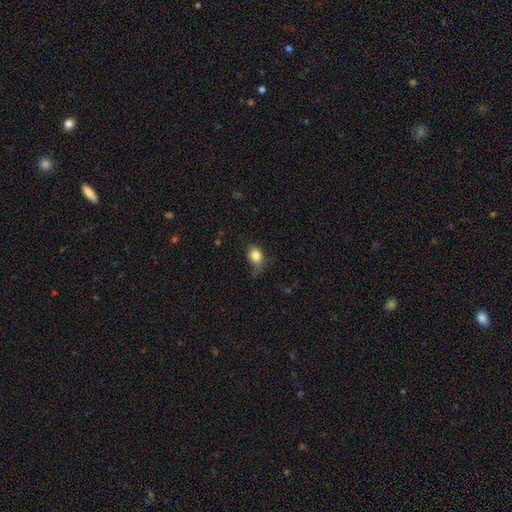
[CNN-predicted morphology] type=smooth (83%); roundness=in between (70%); merging=none (53%).